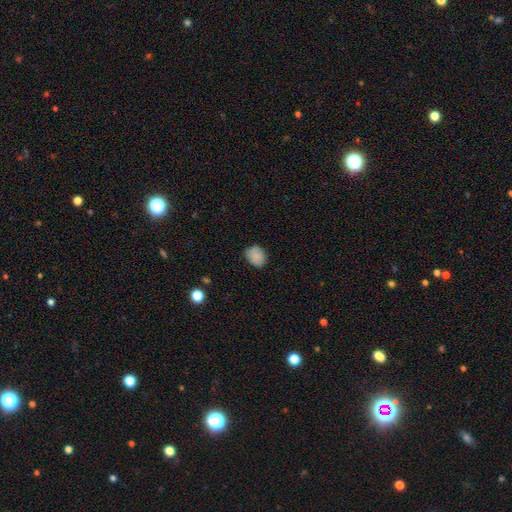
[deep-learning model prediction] Smooth or featured? Predicted: smooth (p=0.86). How rounded? Predicted: in between (p=0.56). Merging? Predicted: none (p=0.78).